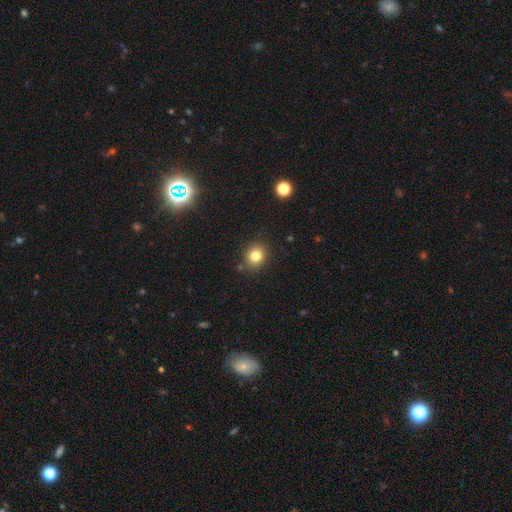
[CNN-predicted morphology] type=smooth (82%); roundness=round (73%); merging=none (83%).